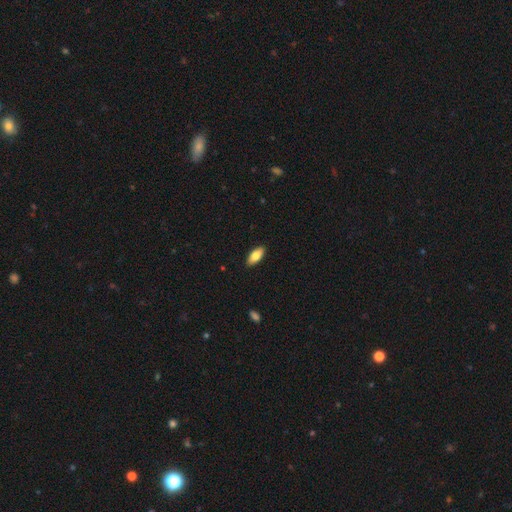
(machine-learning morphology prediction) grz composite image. It shows a smooth galaxy with no disk features (78%) that is in between round and cigar-shaped (83%). Merging: none (89%).